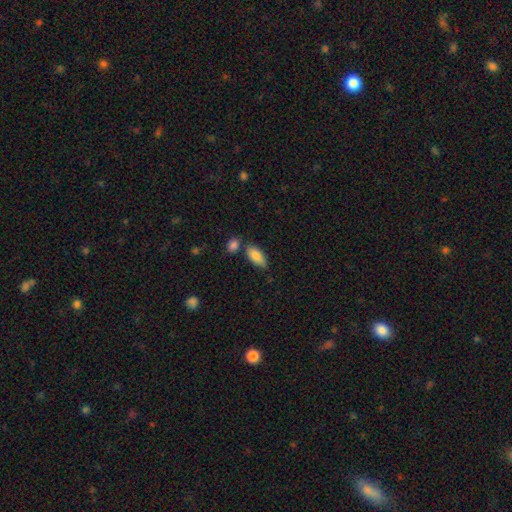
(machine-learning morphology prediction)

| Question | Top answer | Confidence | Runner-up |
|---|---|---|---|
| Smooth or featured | smooth | 85% | featured or disk (8%) |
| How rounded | in between | 88% | cigar-shaped (10%) |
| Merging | none | 68% | minor disturbance (16%) |